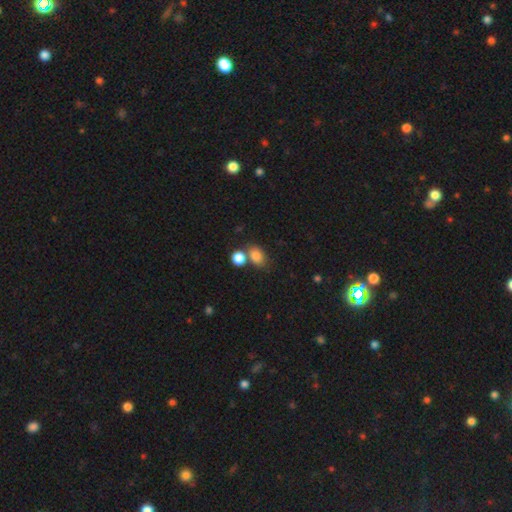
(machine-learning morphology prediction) Smooth or featured? smooth (82%)
How rounded? in between (64%)
Merging? none (54%)